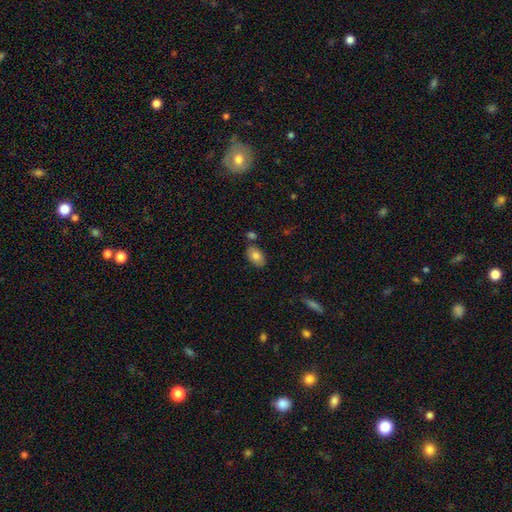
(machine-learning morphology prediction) A smooth galaxy with no disk features (79%) that is in between round and cigar-shaped (90%).

Vote fractions:
- Smooth or featured? smooth: 79% / featured or disk: 13% / star or artifact: 7%
- How rounded? in between: 90% / round: 8% / cigar-shaped: 1%
- Merging? none: 77% / minor disturbance: 12% / merger: 8% / major disturbance: 3%